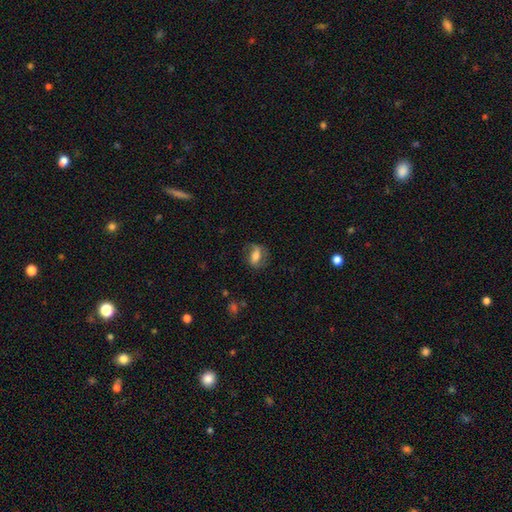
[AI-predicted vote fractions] Morphology: type=smooth (57%); roundness=in between (74%); merging=none (67%).